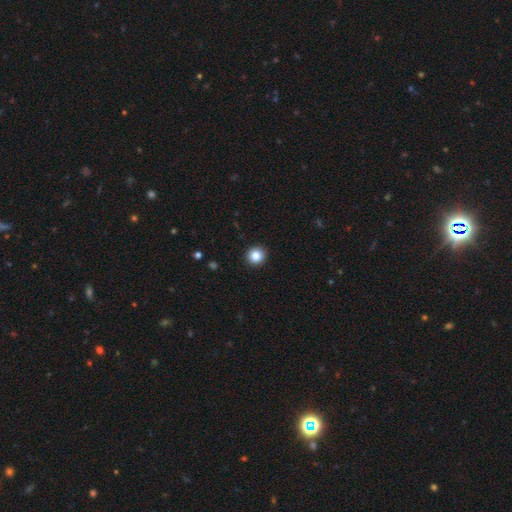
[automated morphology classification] The model was most divided on "smooth or featured": smooth: 85%, star or artifact: 10%, featured or disk: 5%. More confident: how rounded — round (95%); merging — none (93%).